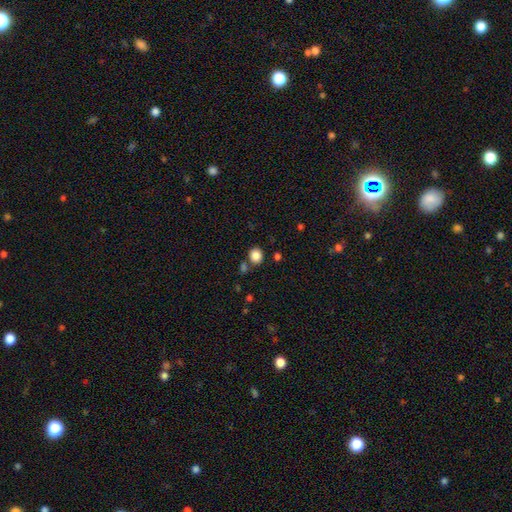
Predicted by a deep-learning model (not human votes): Morphology: type=smooth (85%); roundness=round (77%); merging=none (76%).